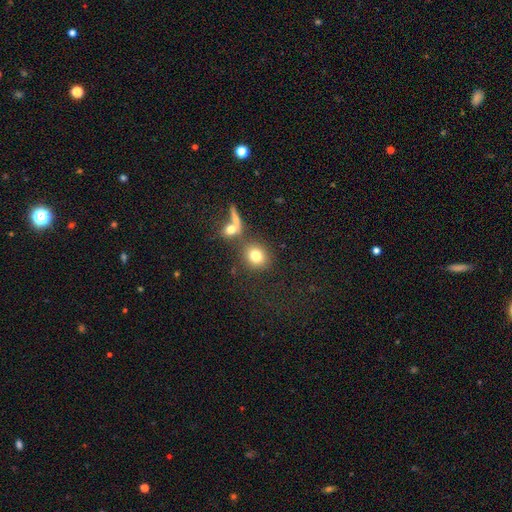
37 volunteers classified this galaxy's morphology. This appears to be a smooth galaxy with no disk features (78%) that is round (76%). Merging: none (77%).